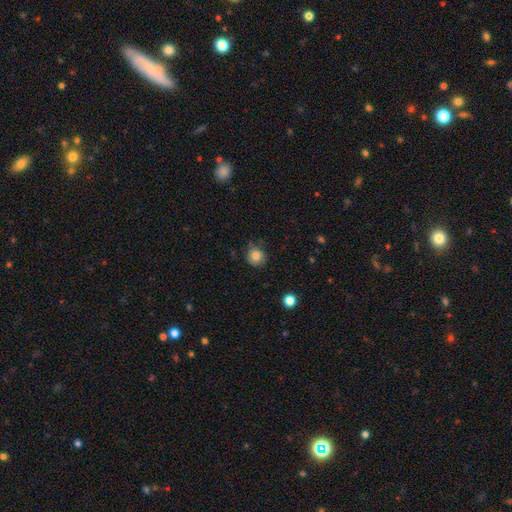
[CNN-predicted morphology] smooth 83%, star or artifact 10%, featured or disk 7%. Down the decision tree: how rounded — round (89%); merging — none (76%).